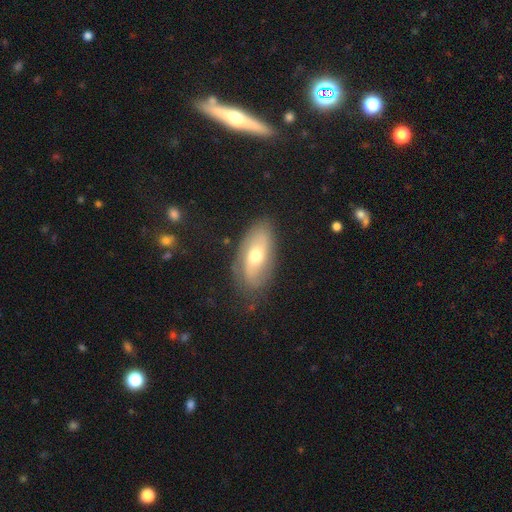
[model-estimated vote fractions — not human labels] smooth-or-featured: featured or disk: 48% | smooth: 45% | star or artifact: 7%
  merging: none: 74% | minor disturbance: 18% | major disturbance: 6% | merger: 2%